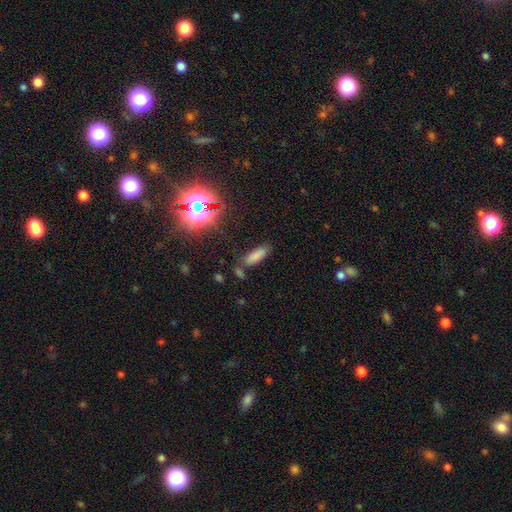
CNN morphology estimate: type=smooth (77%); roundness=in between (56%); merging=none (77%).